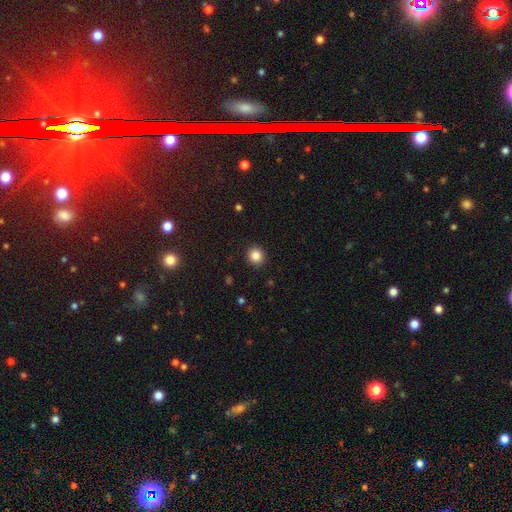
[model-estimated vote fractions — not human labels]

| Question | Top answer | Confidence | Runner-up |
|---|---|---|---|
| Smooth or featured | smooth | 85% | star or artifact (11%) |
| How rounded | round | 91% | in between (8%) |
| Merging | none | 92% | minor disturbance (5%) |